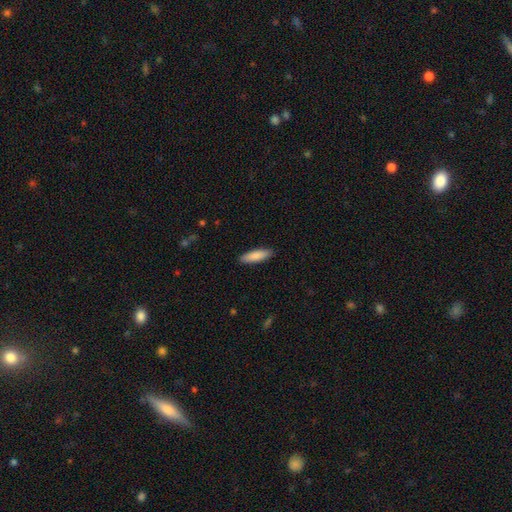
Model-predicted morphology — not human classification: type=smooth (87%); roundness=cigar-shaped (59%); merging=none (90%).